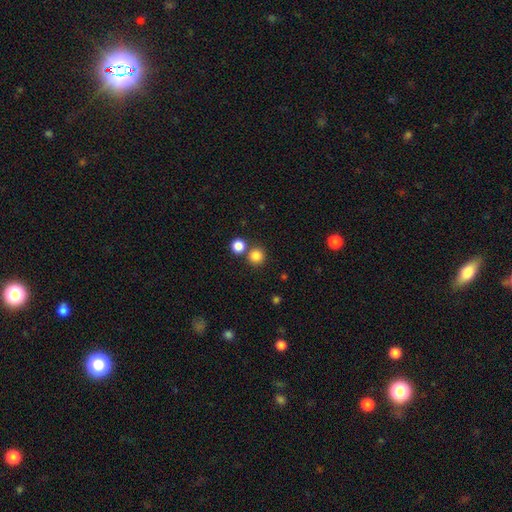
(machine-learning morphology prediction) Overall: smooth (83%). How rounded: round (94%). Merging: none (73%).